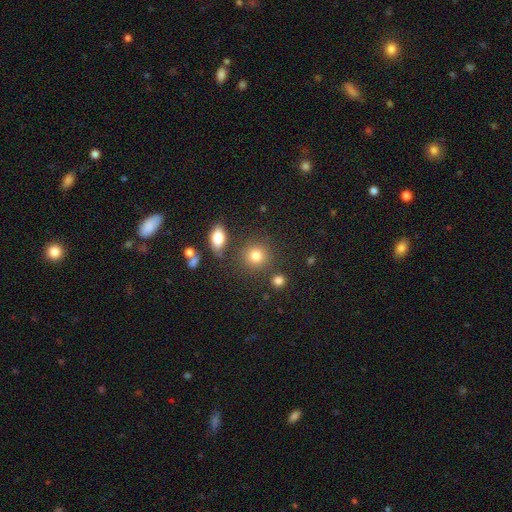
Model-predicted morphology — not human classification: smooth 81%, star or artifact 12%, featured or disk 7%. Down the decision tree: how rounded — round (86%); merging — none (79%).